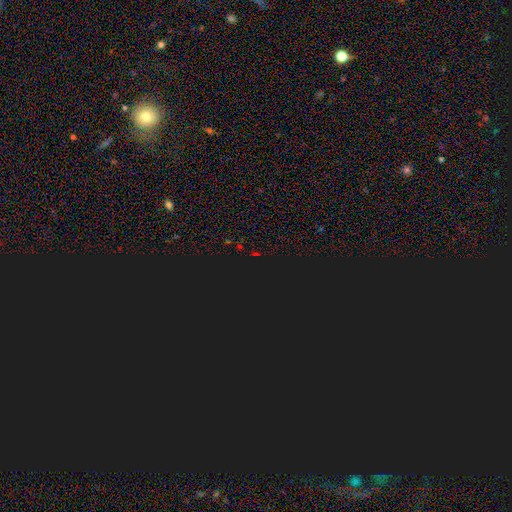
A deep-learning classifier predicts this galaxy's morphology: This appears to be a star or artifact, not a galaxy (76%).